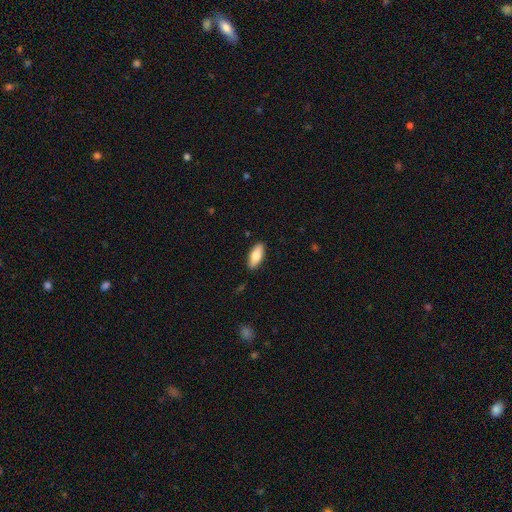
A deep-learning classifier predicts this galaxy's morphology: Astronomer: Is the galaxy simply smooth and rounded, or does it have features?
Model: smooth — 76%.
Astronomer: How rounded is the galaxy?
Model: in between — 78%.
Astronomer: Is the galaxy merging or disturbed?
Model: none — 88%.